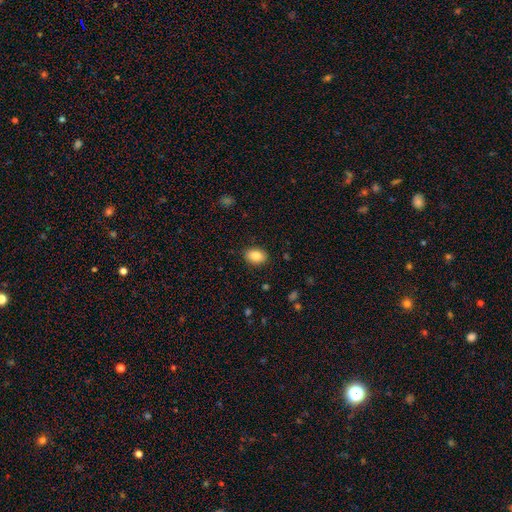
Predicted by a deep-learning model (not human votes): Smooth or featured: smooth — 86% (star or artifact — 8%)
How rounded: in between — 82% (round — 17%)
Merging: none — 88% (minor disturbance — 8%)